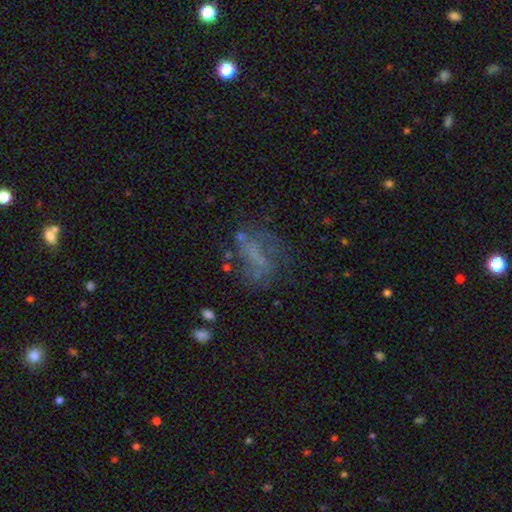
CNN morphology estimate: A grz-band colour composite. It shows a featured or disk galaxy (48%). Merging: none (50%).